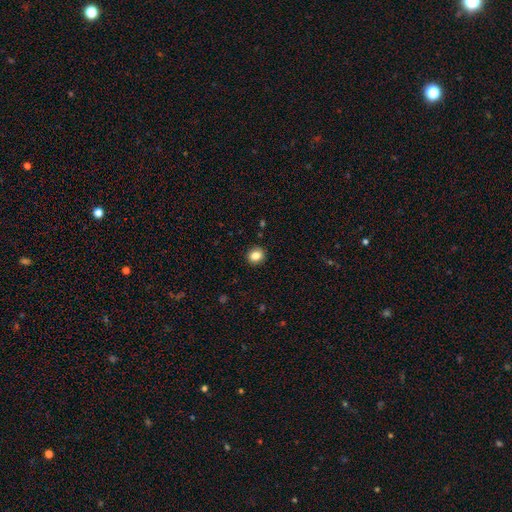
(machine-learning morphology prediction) Overall: smooth (85%). How rounded: round (78%). Merging: none (91%).